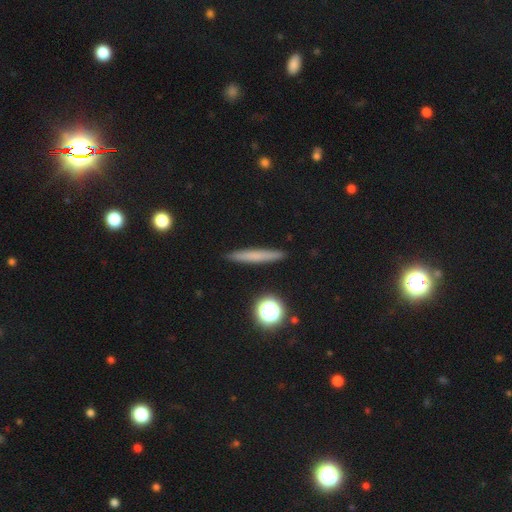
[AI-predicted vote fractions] smooth_or_featured: smooth (p=0.64) [alt: featured or disk p=0.28]
how_rounded: cigar-shaped (p=0.94) [alt: in between p=0.04]
merging: none (p=0.91) [alt: minor disturbance p=0.06]